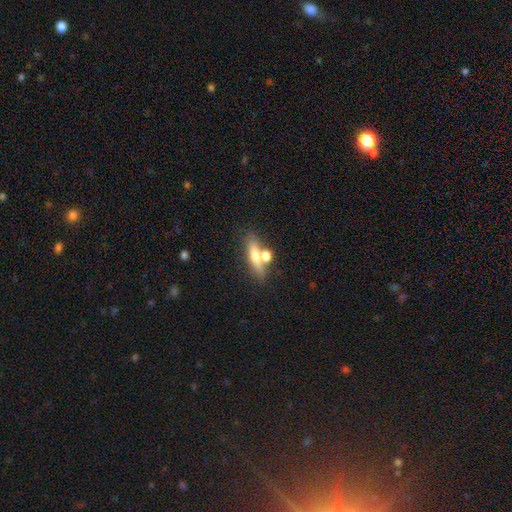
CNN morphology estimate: Smooth or featured?
  - smooth: 56% *
  - featured or disk: 34%
  - star or artifact: 10%
How rounded?
  - cigar-shaped: 49% *
  - in between: 38%
  - round: 13%
Merging?
  - none: 55% *
  - merger: 29%
  - minor disturbance: 11%
  - major disturbance: 6%